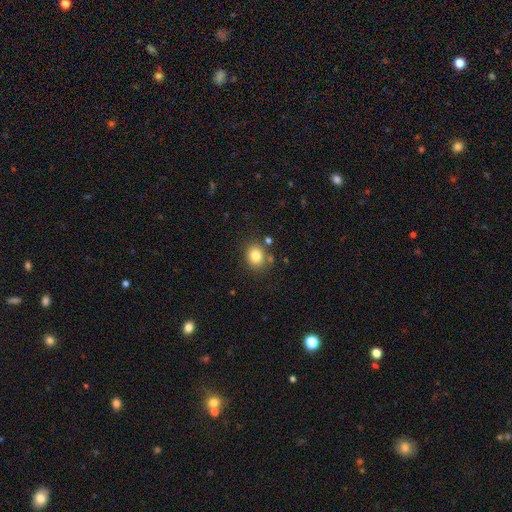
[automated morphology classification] Smooth or featured?
  - smooth: 81% *
  - star or artifact: 11%
  - featured or disk: 8%
How rounded?
  - round: 66% *
  - in between: 33%
  - cigar-shaped: 1%
Merging?
  - none: 80% *
  - minor disturbance: 11%
  - merger: 6%
  - major disturbance: 3%